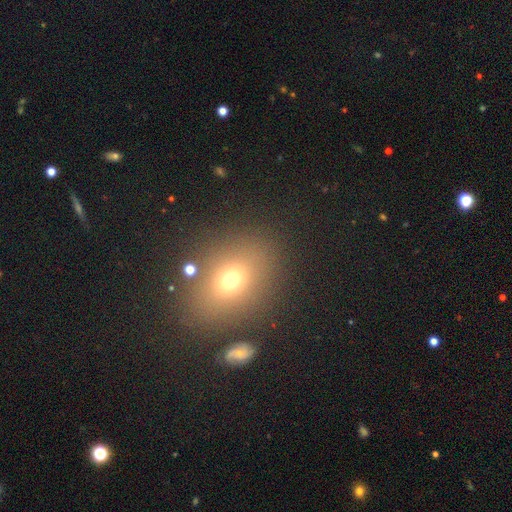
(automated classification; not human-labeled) Overall: smooth (64%). How rounded: in between (59%; round 39%). Merging: none (80%).